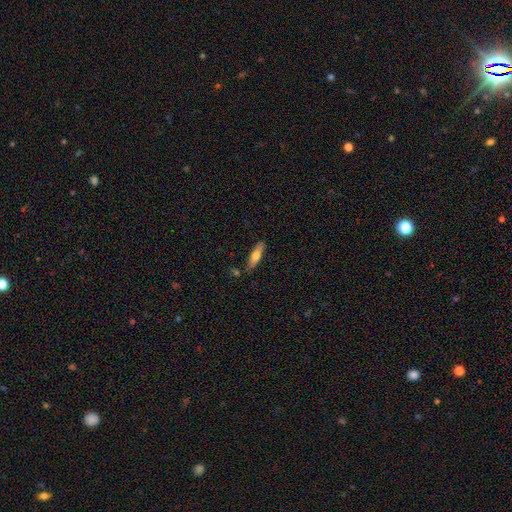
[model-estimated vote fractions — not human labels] Smooth or featured: smooth — 60% (featured or disk — 34%)
How rounded: cigar-shaped — 66% (in between — 31%)
Merging: none — 76% (minor disturbance — 15%)